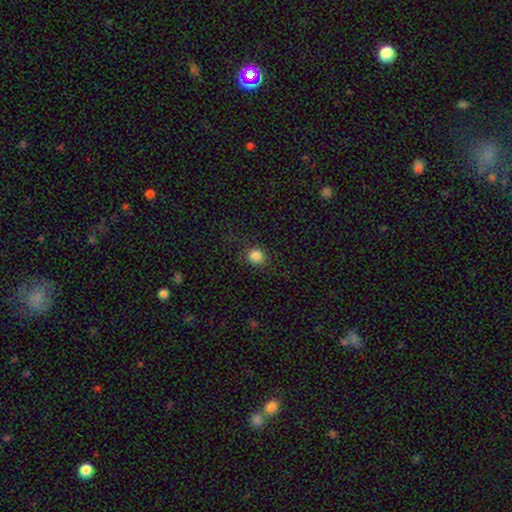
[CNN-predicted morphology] Smooth or featured: smooth — 85% (star or artifact — 11%)
How rounded: round — 86% (in between — 13%)
Merging: none — 84% (minor disturbance — 11%)